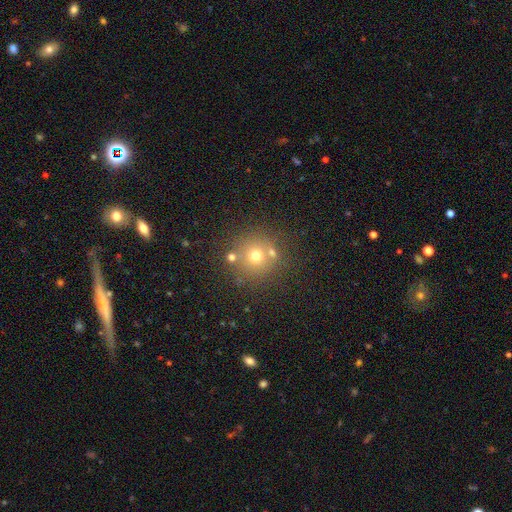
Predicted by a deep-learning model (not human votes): Smooth or featured: smooth — 66% (star or artifact — 19%)
How rounded: round — 92% (in between — 7%)
Merging: none — 71% (merger — 16%)